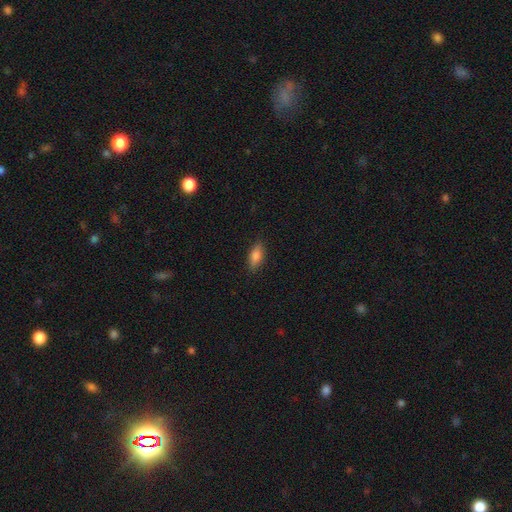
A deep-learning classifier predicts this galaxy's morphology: This is clearly a smooth galaxy (81%). How rounded: clearly in between (80%). Merging: clearly none (85%).